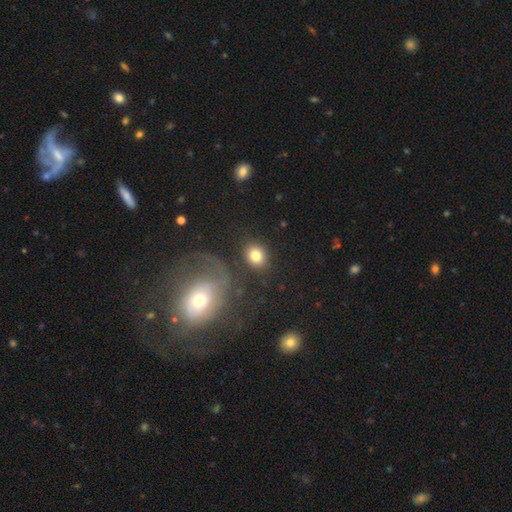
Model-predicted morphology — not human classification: type=smooth (80%); roundness=round (63%); merging=none (81%).